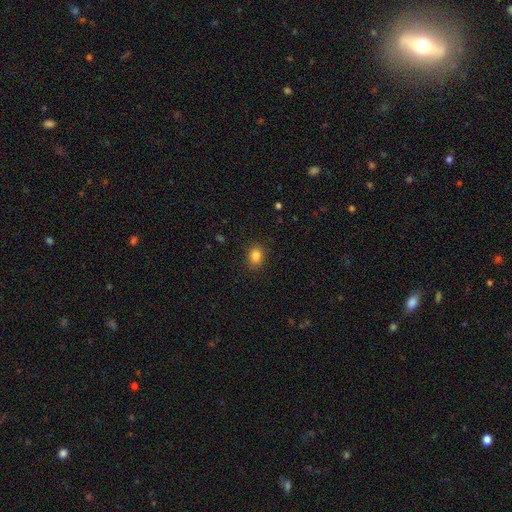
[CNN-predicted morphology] Smooth or featured? smooth (84%)
How rounded? in between (58%)
Merging? none (88%)